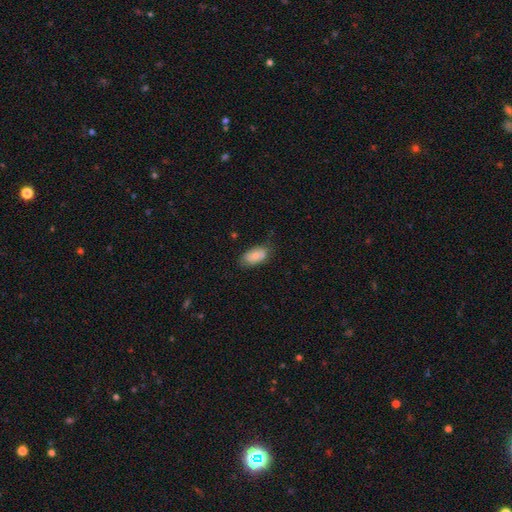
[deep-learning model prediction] A smooth galaxy with no disk features (86%) that is in between round and cigar-shaped (93%). Merging: none (70%).